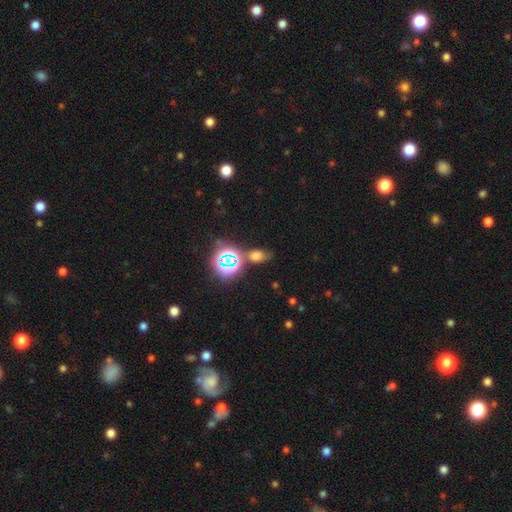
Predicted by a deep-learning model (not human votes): This is possibly a smooth galaxy (56%). How rounded: likely in between (75%). Merging: likely none (61%).